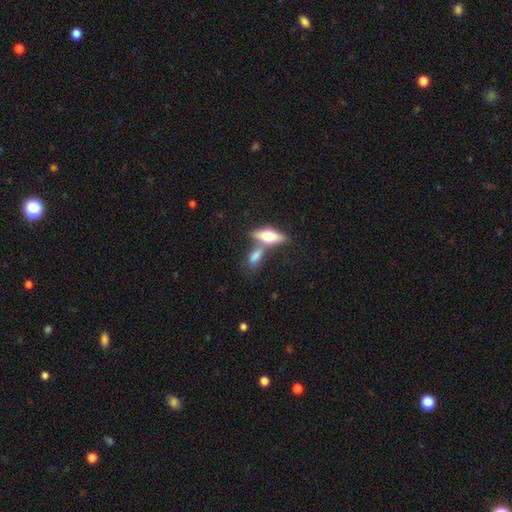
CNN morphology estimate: Smooth or featured?
  - smooth: 71% *
  - featured or disk: 22%
  - star or artifact: 7%
How rounded?
  - in between: 69% *
  - cigar-shaped: 25%
  - round: 6%
Merging?
  - none: 43% *
  - merger: 42%
  - minor disturbance: 11%
  - major disturbance: 5%